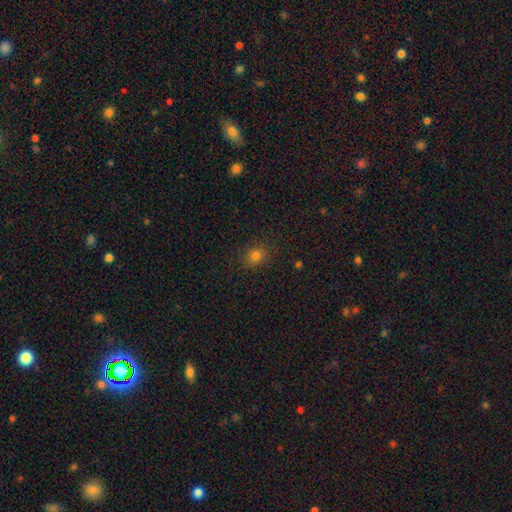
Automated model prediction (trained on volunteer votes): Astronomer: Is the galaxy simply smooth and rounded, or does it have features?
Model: smooth — 78%.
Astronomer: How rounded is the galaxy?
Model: round — 66%.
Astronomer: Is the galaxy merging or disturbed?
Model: none — 87%.